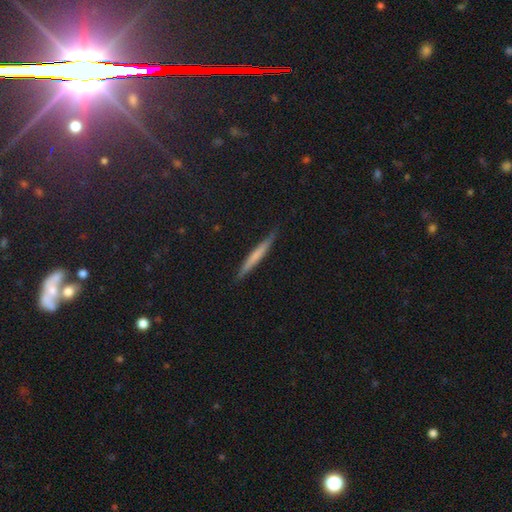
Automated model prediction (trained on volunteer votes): Smooth or featured?
  - smooth: 55% *
  - featured or disk: 37%
  - star or artifact: 7%
How rounded?
  - cigar-shaped: 96% *
  - in between: 3%
  - round: 1%
Merging?
  - none: 88% *
  - minor disturbance: 9%
  - major disturbance: 2%
  - merger: 1%